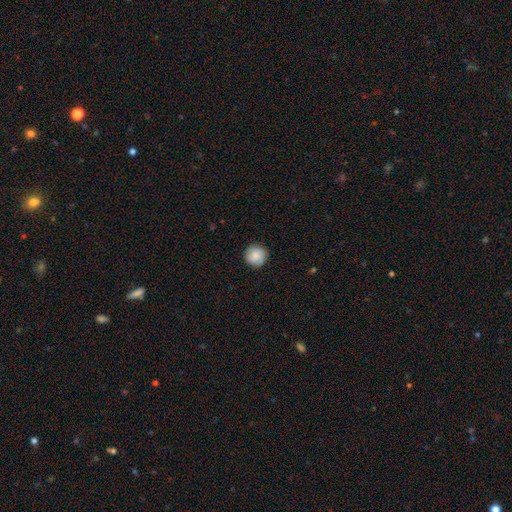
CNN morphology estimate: Smooth or featured? Predicted: smooth (p=0.85). How rounded? Predicted: round (p=0.95). Merging? Predicted: none (p=0.90).